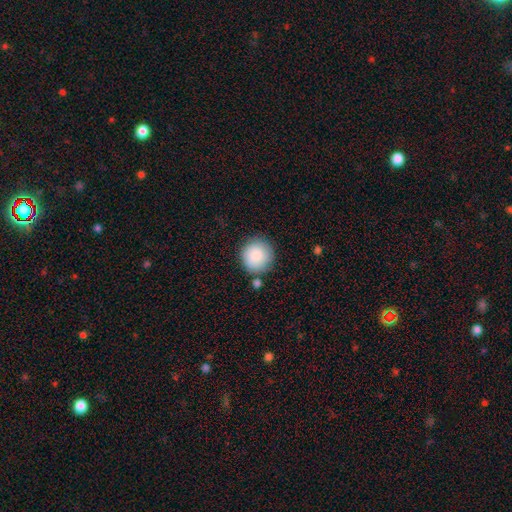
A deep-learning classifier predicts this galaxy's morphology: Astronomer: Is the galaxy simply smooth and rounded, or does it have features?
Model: smooth — 87%.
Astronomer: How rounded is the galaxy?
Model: round — 94%.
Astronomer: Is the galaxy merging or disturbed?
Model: none — 80%.